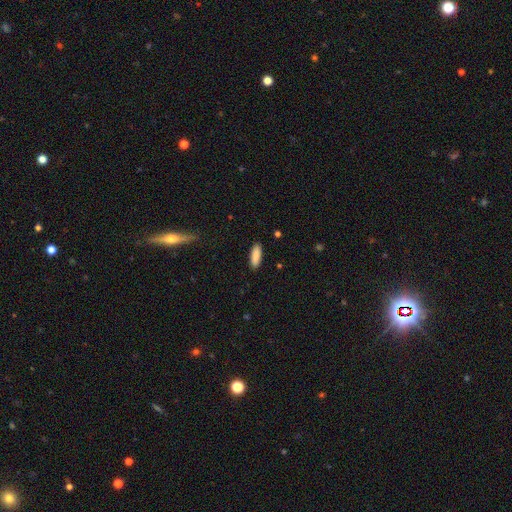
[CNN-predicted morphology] Overall: smooth (88%). How rounded: in between (59%; cigar-shaped 40%). Merging: none (90%).